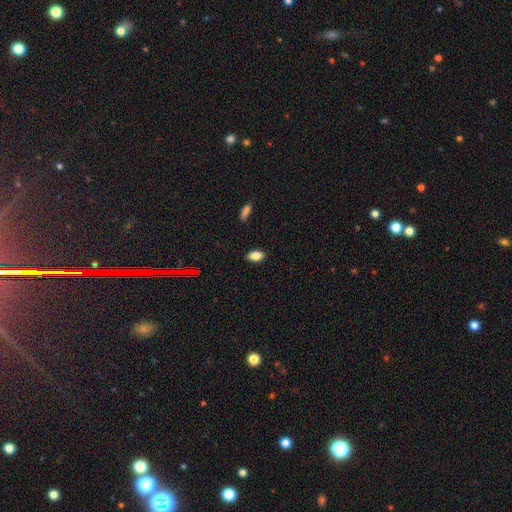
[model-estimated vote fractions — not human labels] This appears to be a smooth galaxy with no disk features (84%) that is in between round and cigar-shaped (90%). Merging: none (88%).